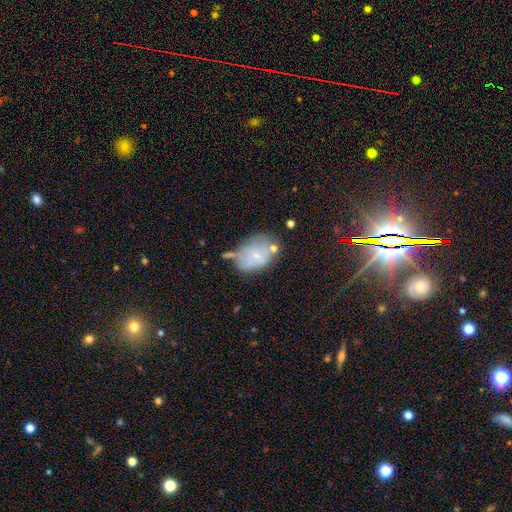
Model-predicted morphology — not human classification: Q: Smooth or featured?
A: smooth (52%); runner-up: featured or disk (36%)
Q: How rounded?
A: in between (76%); runner-up: round (22%)
Q: Merging?
A: none (39%); runner-up: minor disturbance (30%)